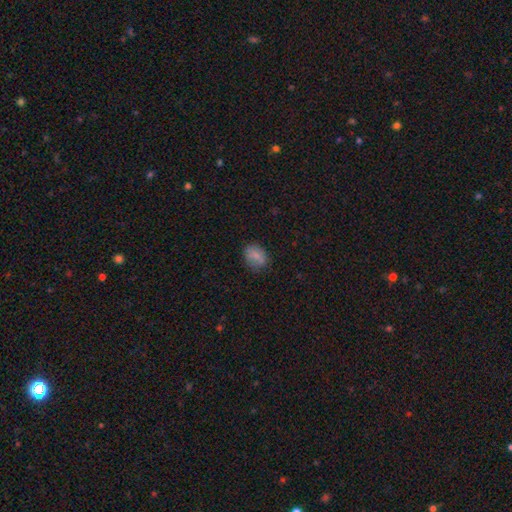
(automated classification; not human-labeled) Q: Smooth or featured?
A: smooth (80%); runner-up: featured or disk (11%)
Q: How rounded?
A: in between (64%); runner-up: round (35%)
Q: Merging?
A: none (78%); runner-up: minor disturbance (17%)